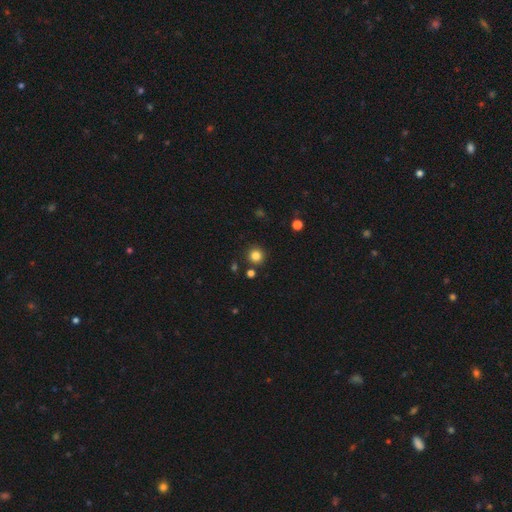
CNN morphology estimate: Smooth or featured? Predicted: smooth (p=0.83). How rounded? Predicted: round (p=0.95). Merging? Predicted: none (p=0.89).